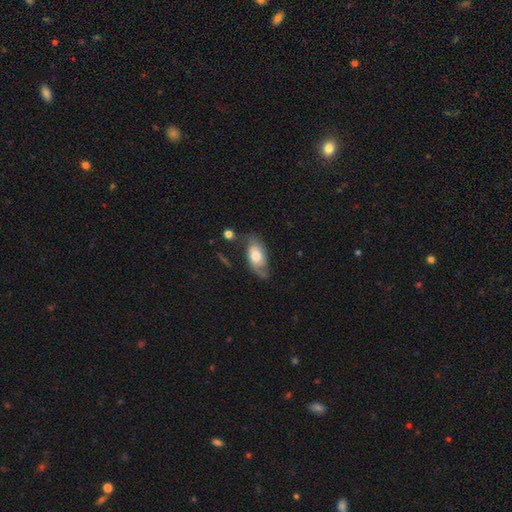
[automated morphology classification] Smooth or featured? featured or disk (48%)
Merging? none (52%)